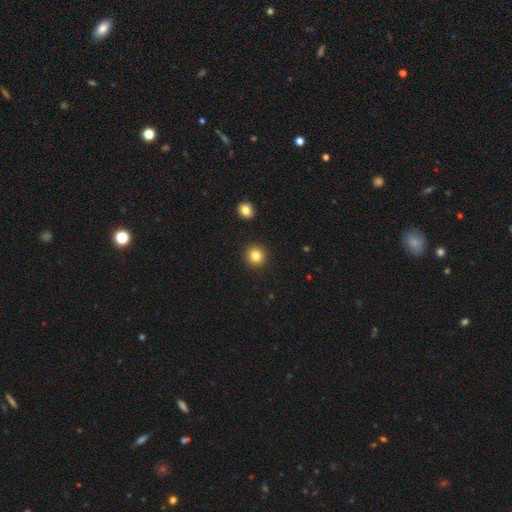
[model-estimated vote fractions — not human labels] Smooth or featured? Predicted: smooth (p=0.83). How rounded? Predicted: round (p=0.91). Merging? Predicted: none (p=0.92).